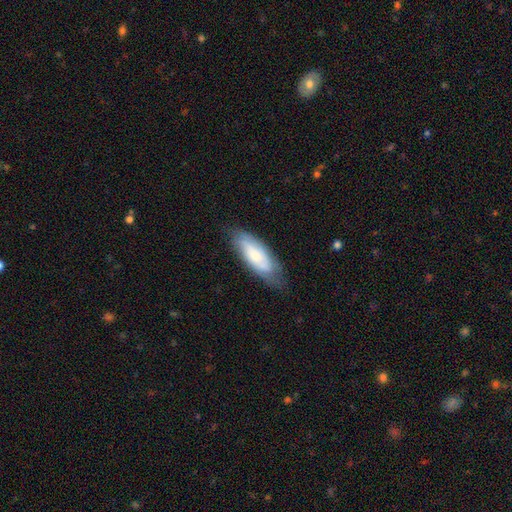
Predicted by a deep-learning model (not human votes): A smooth galaxy with no disk features (59%) that is in between round and cigar-shaped (70%). Merging: none (68%).